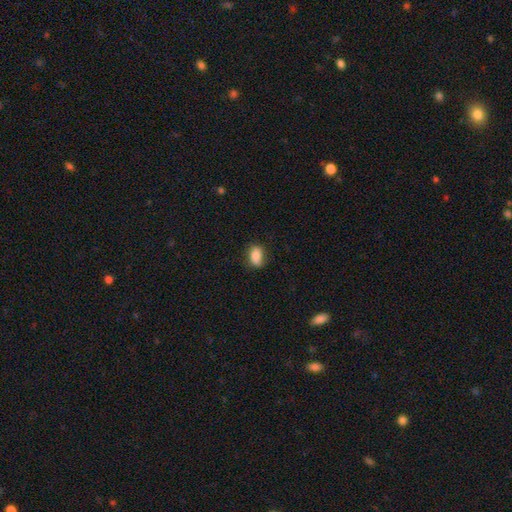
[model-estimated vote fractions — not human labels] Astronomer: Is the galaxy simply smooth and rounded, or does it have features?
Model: smooth — 80%.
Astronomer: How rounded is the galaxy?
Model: in between — 83%.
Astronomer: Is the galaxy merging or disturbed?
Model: none — 68%.